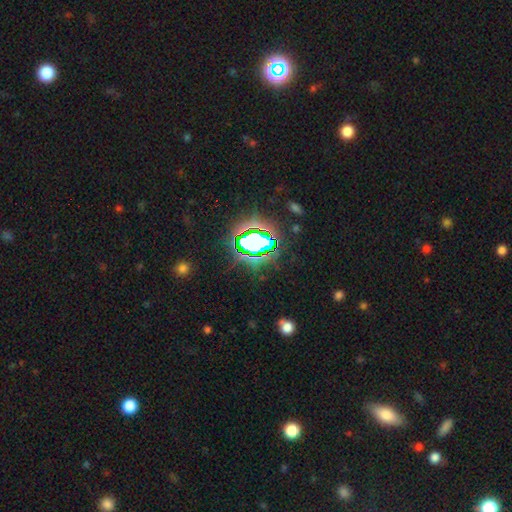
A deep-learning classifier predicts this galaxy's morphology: smooth_or_featured: star or artifact (p=0.77) [alt: smooth p=0.15]